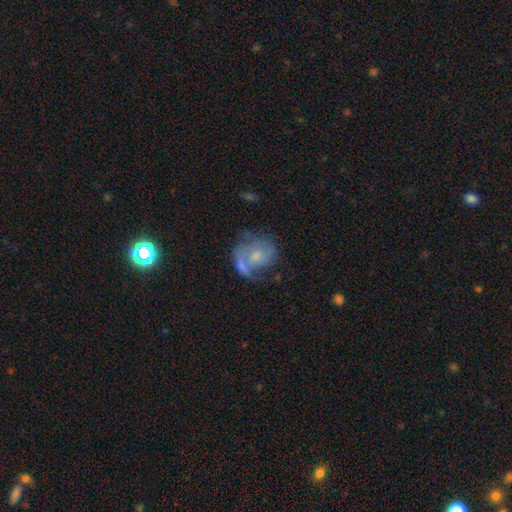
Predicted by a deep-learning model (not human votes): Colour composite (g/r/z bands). It shows a featured or disk galaxy (66%) with no bar (67%), 1 (40%) medium (41%) spiral arms (80%) and a small central bulge (44%). Merging: none (44%).